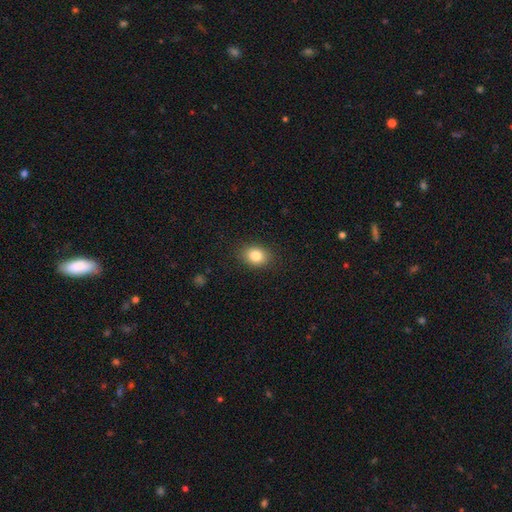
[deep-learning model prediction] Smooth or featured? Predicted: smooth (p=0.83). How rounded? Predicted: in between (p=0.57). Merging? Predicted: none (p=0.88).